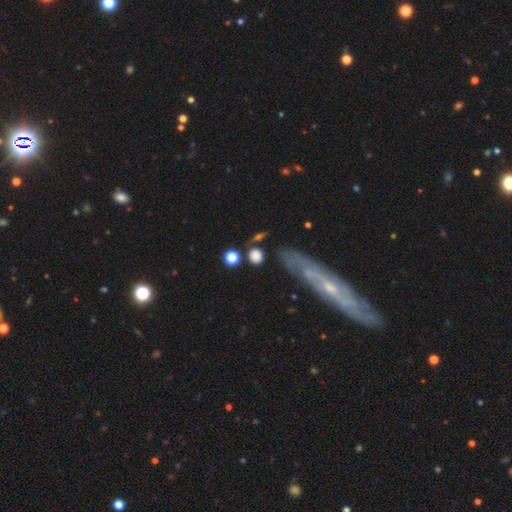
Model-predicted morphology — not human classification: Q: Smooth or featured?
A: smooth (78%); runner-up: star or artifact (11%)
Q: How rounded?
A: round (81%); runner-up: in between (15%)
Q: Merging?
A: none (73%); runner-up: minor disturbance (11%)